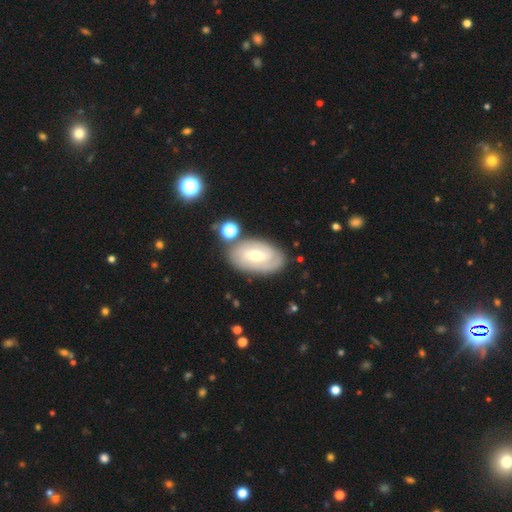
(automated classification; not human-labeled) A featured or disk galaxy (72%) with a weak bar (50%), 2 (46%) tight (59%) spiral arms (84%) and a moderate central bulge (55%). Merging: none (75%).